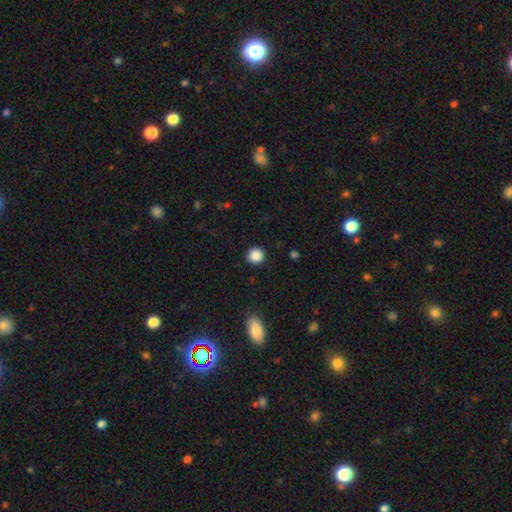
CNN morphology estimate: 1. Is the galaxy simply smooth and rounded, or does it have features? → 88% smooth, 9% star or artifact, 3% featured or disk.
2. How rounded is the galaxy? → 93% round, 6% in between, 1% cigar-shaped.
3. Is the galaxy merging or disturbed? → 92% none, 5% minor disturbance, 2% major disturbance, 1% merger.